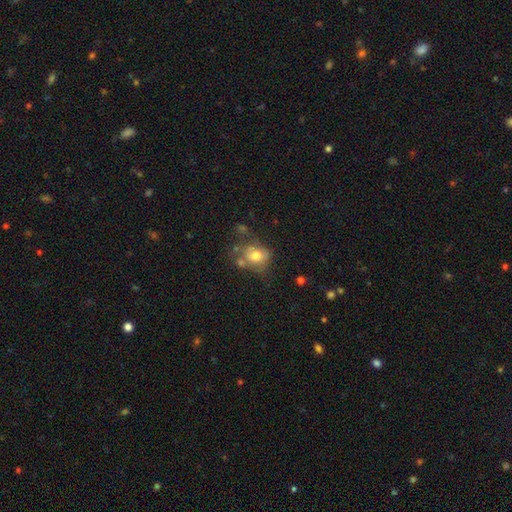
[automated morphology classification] smooth 67%, featured or disk 22%, star or artifact 10%. Down the decision tree: how rounded — round (54%); merging — none (43%).